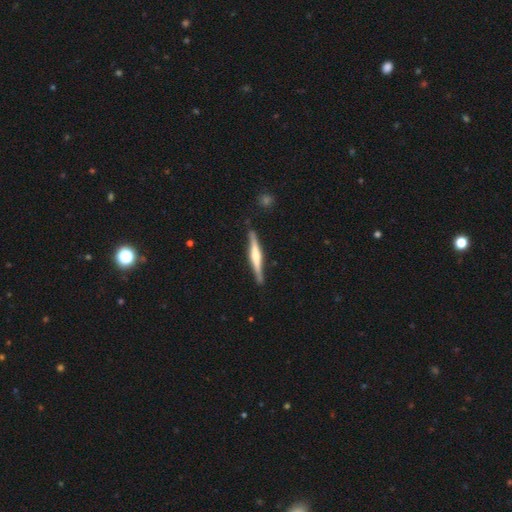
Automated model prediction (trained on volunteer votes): Smooth or featured: featured or disk — 70% (smooth — 25%)
Edge-on disk: yes — 98% (no — 2%)
Edge-on bulge: rounded — 58% (boxy — 29%)
Merging: none — 87% (minor disturbance — 9%)